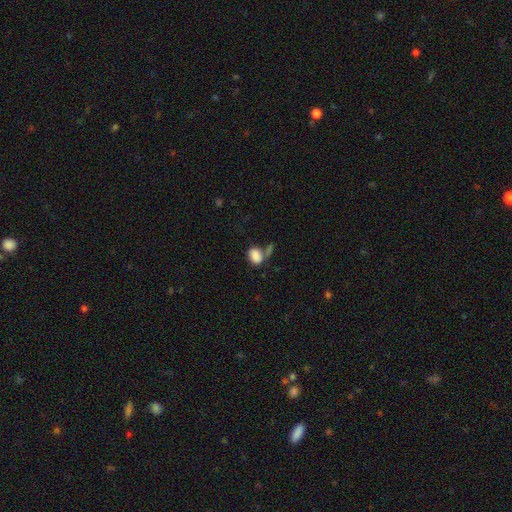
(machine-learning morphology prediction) A smooth galaxy with no disk features (85%) that is in between round and cigar-shaped (70%). Merging: none (43%).